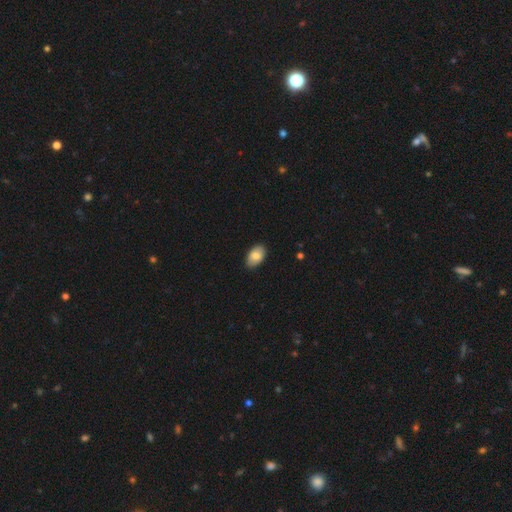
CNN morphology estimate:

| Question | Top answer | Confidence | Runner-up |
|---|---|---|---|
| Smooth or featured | smooth | 83% | featured or disk (11%) |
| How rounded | in between | 92% | round (7%) |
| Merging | none | 86% | minor disturbance (11%) |